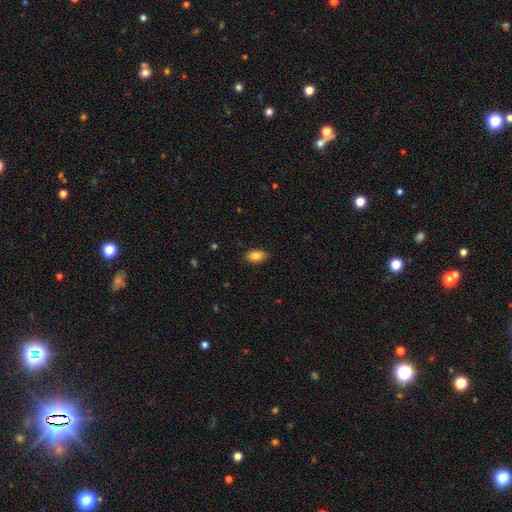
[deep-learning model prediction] Overall: smooth (85%). How rounded: in between (92%). Merging: none (87%).